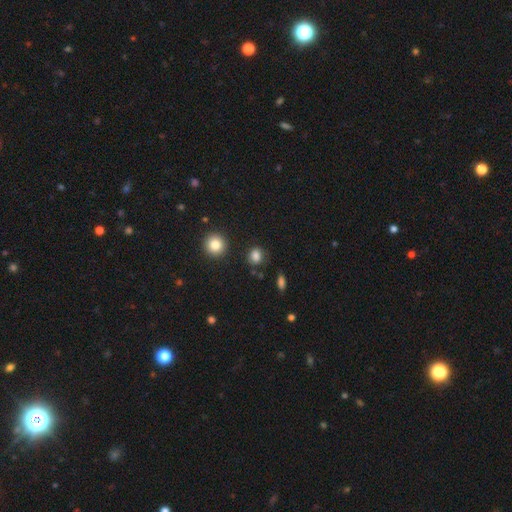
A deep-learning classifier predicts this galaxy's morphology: smooth_or_featured: smooth (p=0.83) [alt: star or artifact p=0.12]
how_rounded: round (p=0.66) [alt: in between p=0.33]
merging: none (p=0.82) [alt: minor disturbance p=0.11]